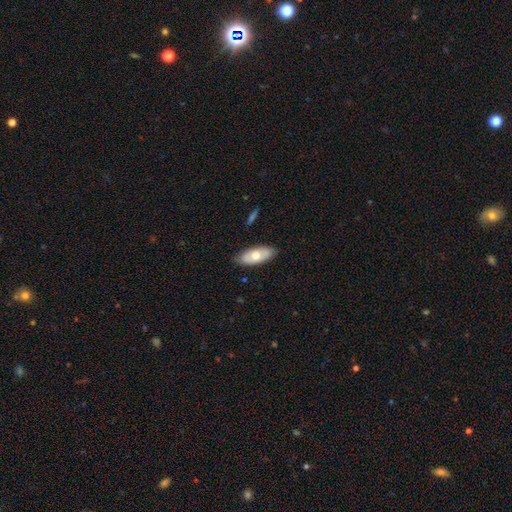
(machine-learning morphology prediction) A smooth galaxy with no disk features (65%) that is in between round and cigar-shaped (87%). Merging: none (84%).